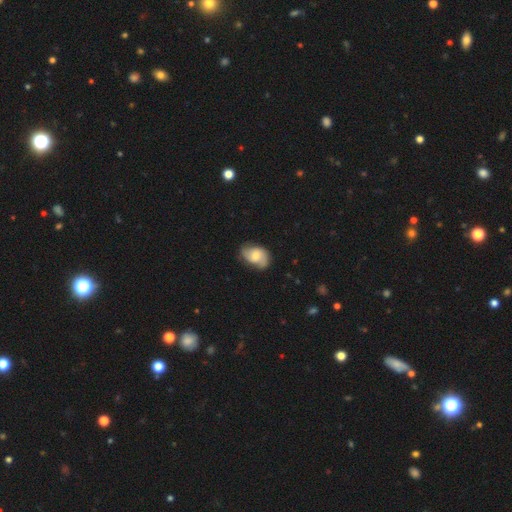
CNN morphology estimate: A featured or disk galaxy (50%). Merging: none (66%).